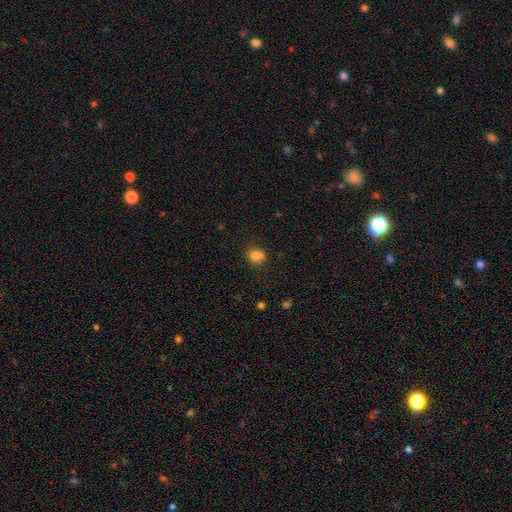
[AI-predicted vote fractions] Morphology: type=smooth (78%); roundness=round (73%); merging=none (56%).